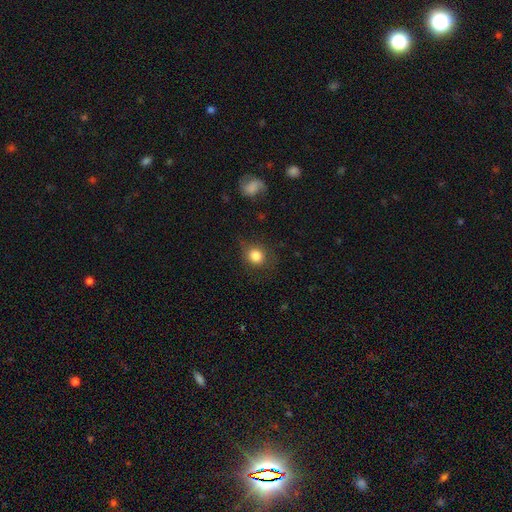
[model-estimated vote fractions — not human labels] A smooth galaxy with no disk features (83%) that is round (80%). Merging: none (74%).